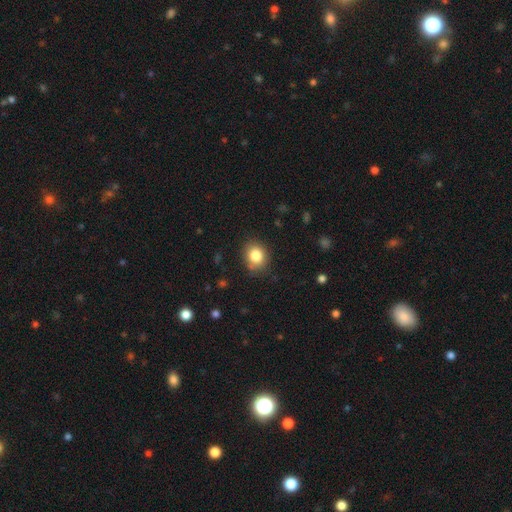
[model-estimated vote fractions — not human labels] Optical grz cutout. It shows a smooth galaxy with no disk features (83%) that is round (68%). Merging: none (82%).